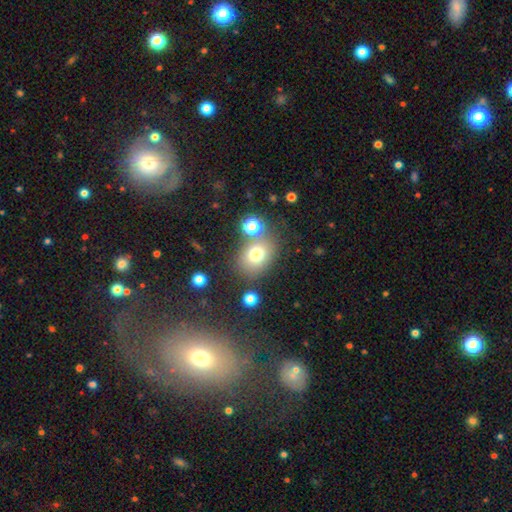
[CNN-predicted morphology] Smooth or featured? Predicted: smooth (p=0.69). How rounded? Predicted: in between (p=0.52). Merging? Predicted: none (p=0.69).